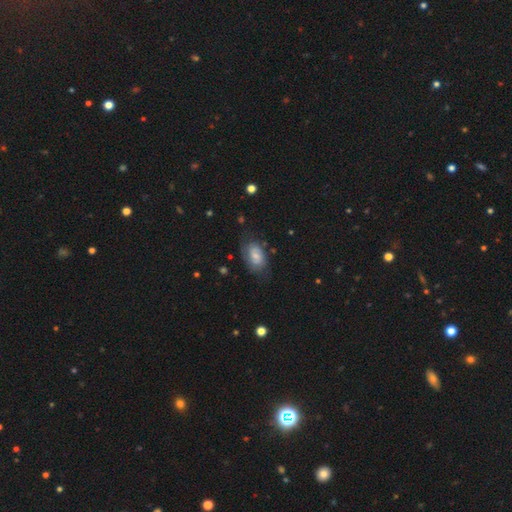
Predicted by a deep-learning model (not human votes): This is possibly a smooth galaxy (52%). How rounded: clearly in between (89%). Merging: likely none (60%).